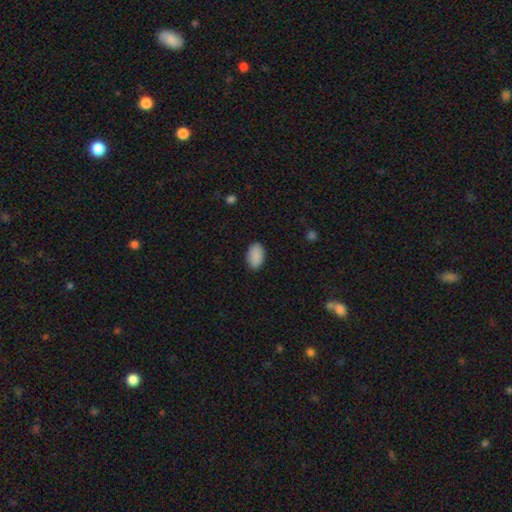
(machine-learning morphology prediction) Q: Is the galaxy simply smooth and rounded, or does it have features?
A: smooth — 90%.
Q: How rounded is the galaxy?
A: in between — 92%.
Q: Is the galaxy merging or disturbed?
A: none — 86%.